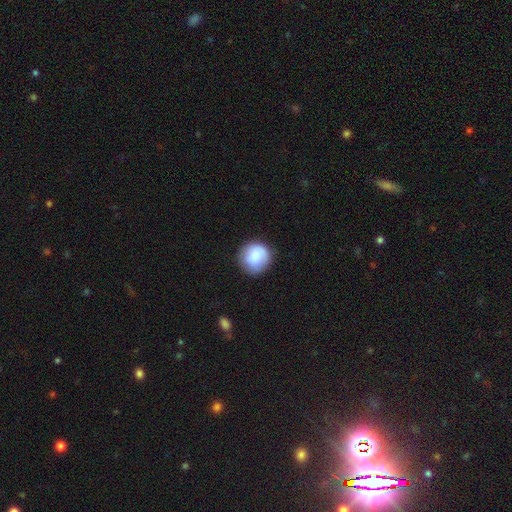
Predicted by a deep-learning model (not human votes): Smooth or featured? smooth (82%)
How rounded? round (92%)
Merging? none (82%)